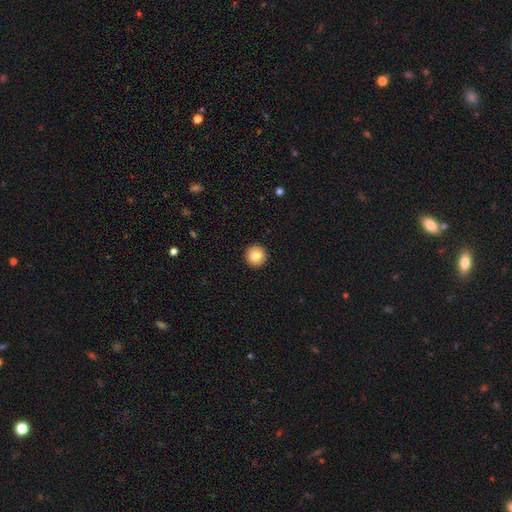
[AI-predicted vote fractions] Smooth or featured: smooth — 82% (featured or disk — 9%)
How rounded: round — 96% (in between — 3%)
Merging: none — 94% (minor disturbance — 4%)